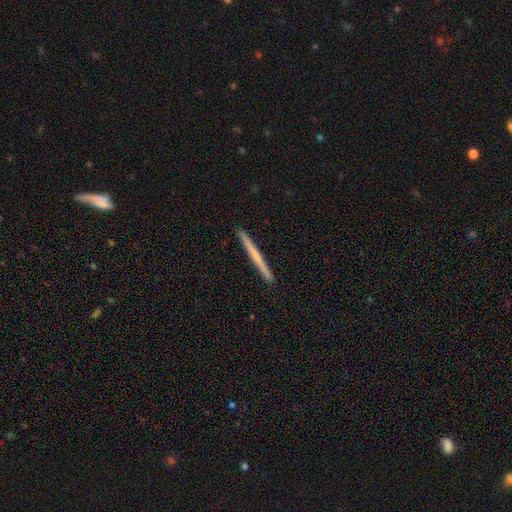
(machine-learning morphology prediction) Q: Smooth or featured?
A: smooth (53%); runner-up: featured or disk (41%)
Q: How rounded?
A: cigar-shaped (97%); runner-up: in between (1%)
Q: Merging?
A: none (93%); runner-up: minor disturbance (5%)